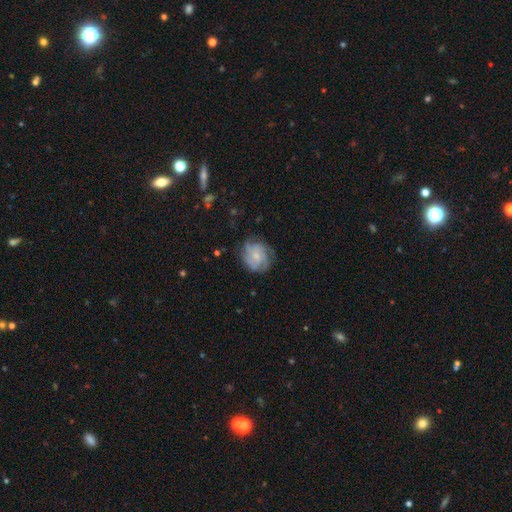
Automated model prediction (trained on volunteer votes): Smooth or featured?
  - featured or disk: 66% *
  - smooth: 25%
  - star or artifact: 8%
Edge-on disk?
  - no: 98% *
  - yes: 2%
Bar?
  - no: 75% *
  - weak: 23%
  - strong: 3%
Spiral arms?
  - yes: 90% *
  - no: 10%
Spiral winding?
  - tight: 50% *
  - medium: 37%
  - loose: 13%
Spiral arm count?
  - can't tell: 34% *
  - 4: 22%
  - 3: 21%
  - 2: 10%
  - more than 4: 7%
  - 1: 6%
Bulge size?
  - small: 64% *
  - moderate: 27%
  - none: 6%
  - large: 2%
  - dominant: 1%
Merging?
  - none: 70% *
  - minor disturbance: 20%
  - major disturbance: 9%
  - merger: 1%